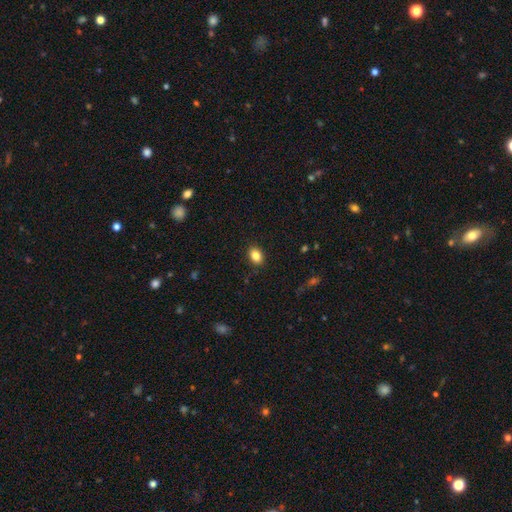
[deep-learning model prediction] Smooth or featured? Predicted: smooth (p=0.84). How rounded? Predicted: in between (p=0.71). Merging? Predicted: none (p=0.89).